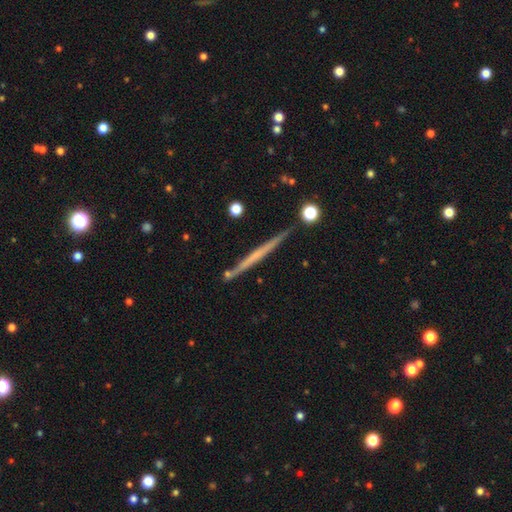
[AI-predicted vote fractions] This is possibly a featured or disk galaxy (57%). It is clearly viewed edge-on (97%). Edge-on bulge: clearly none (88%). Merging: clearly none (87%).